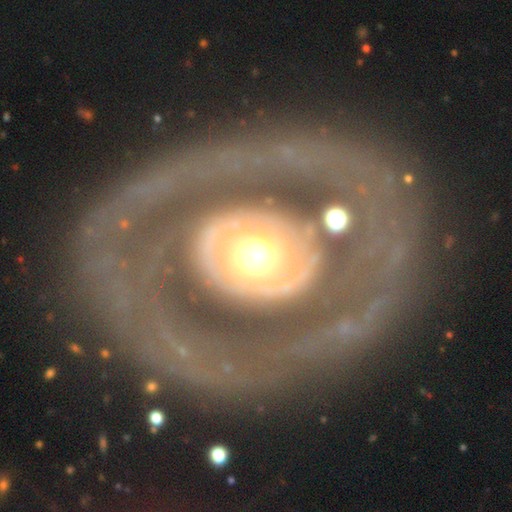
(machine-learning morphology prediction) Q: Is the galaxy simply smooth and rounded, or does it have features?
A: featured or disk — 69%.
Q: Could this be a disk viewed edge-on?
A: no — 93%.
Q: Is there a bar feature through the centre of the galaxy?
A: no — 60%.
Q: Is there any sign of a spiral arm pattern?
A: no — 55%.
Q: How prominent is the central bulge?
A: moderate — 53%.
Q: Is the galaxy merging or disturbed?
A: none — 62%.